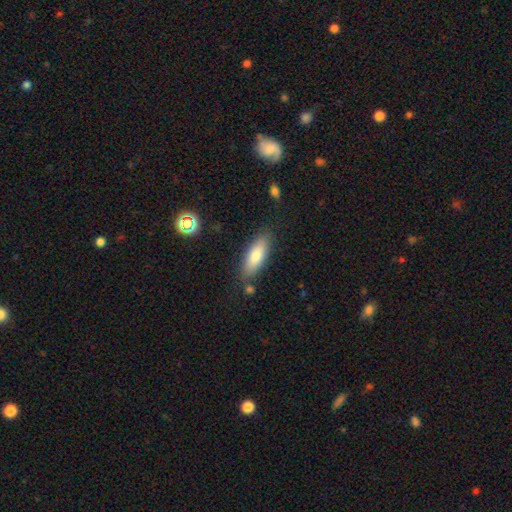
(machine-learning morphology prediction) Q: Smooth or featured?
A: smooth (77%); runner-up: featured or disk (16%)
Q: How rounded?
A: in between (64%); runner-up: cigar-shaped (34%)
Q: Merging?
A: none (81%); runner-up: minor disturbance (12%)